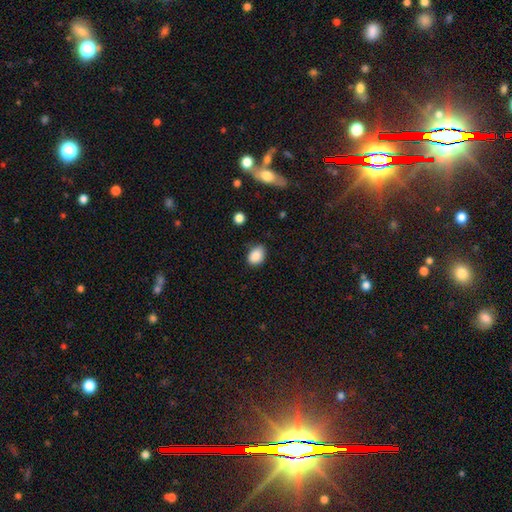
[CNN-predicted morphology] The model was most divided on "how rounded": in between: 72%, round: 27%, cigar-shaped: 1%. More confident: smooth or featured — smooth (88%); merging — none (73%).